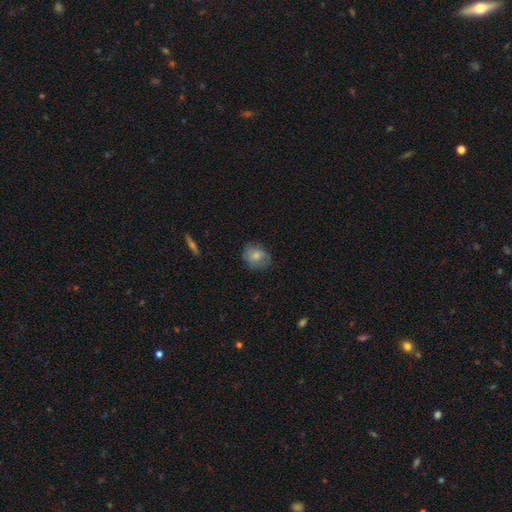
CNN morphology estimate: type=smooth (72%); roundness=round (58%); merging=none (69%).